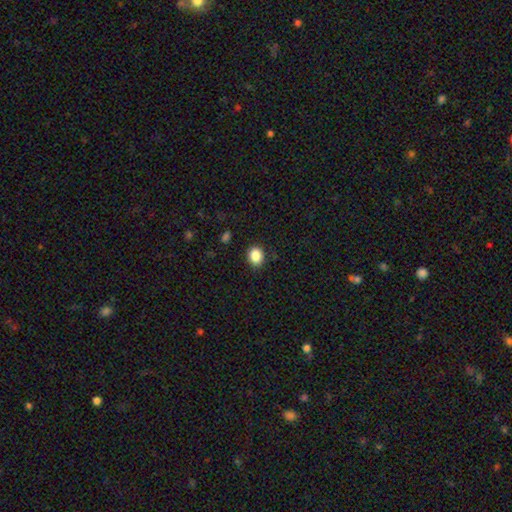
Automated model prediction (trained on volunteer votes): Overall: smooth (87%). How rounded: round (59%; in between 40%). Merging: none (87%).